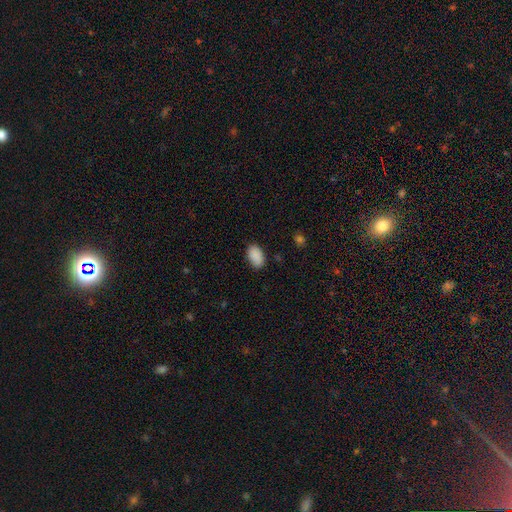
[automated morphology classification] smooth_or_featured: smooth (p=0.90) [alt: star or artifact p=0.07]
how_rounded: in between (p=0.92) [alt: round p=0.06]
merging: none (p=0.85) [alt: minor disturbance p=0.11]